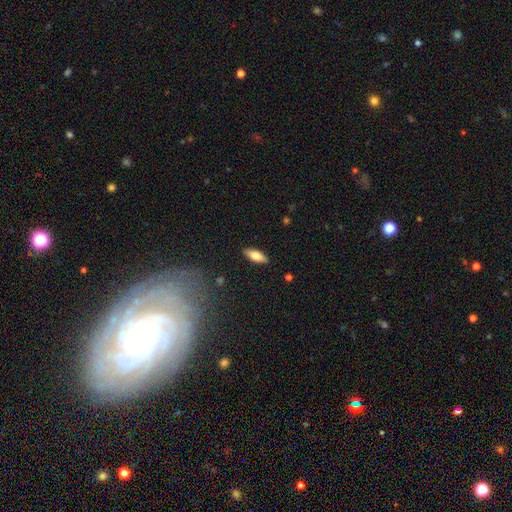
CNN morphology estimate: This is likely a smooth galaxy (71%). How rounded: likely in between (74%). Merging: clearly none (89%).